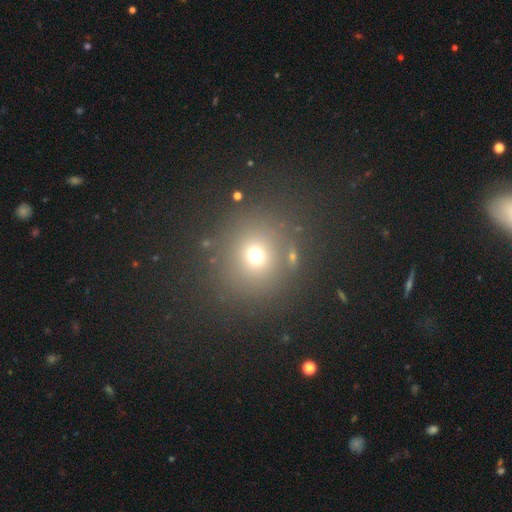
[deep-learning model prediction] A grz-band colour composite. It shows a smooth galaxy with no disk features (67%) that is round (89%). Merging: none (78%).